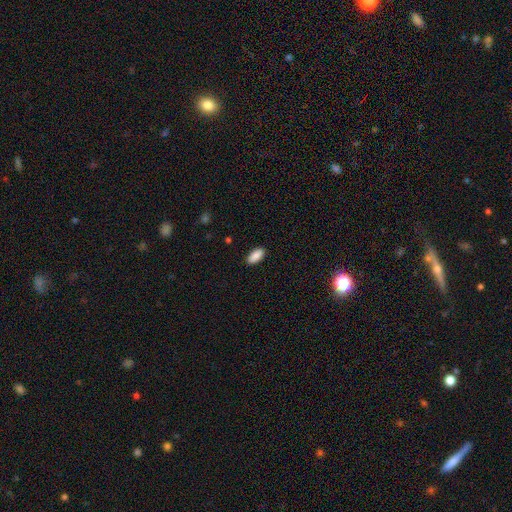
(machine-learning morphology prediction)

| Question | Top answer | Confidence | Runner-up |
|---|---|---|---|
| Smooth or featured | smooth | 89% | star or artifact (7%) |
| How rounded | in between | 91% | cigar-shaped (7%) |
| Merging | none | 88% | minor disturbance (9%) |